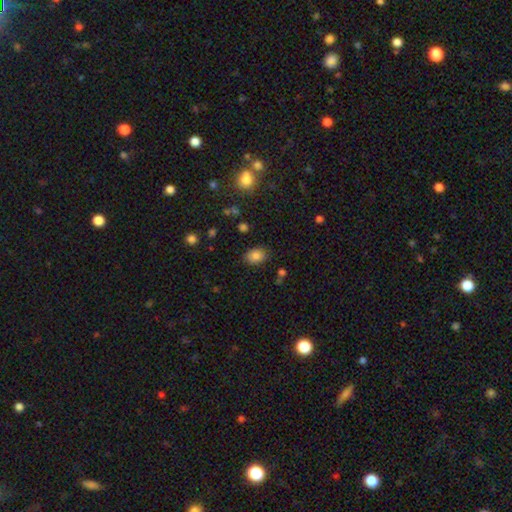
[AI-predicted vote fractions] Q: Smooth or featured?
A: smooth (83%); runner-up: star or artifact (10%)
Q: How rounded?
A: in between (72%); runner-up: round (27%)
Q: Merging?
A: none (83%); runner-up: minor disturbance (12%)